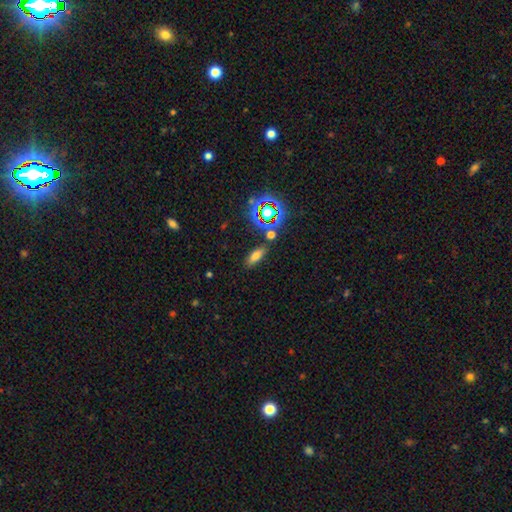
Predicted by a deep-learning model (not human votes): Smooth or featured? smooth (64%)
How rounded? in between (67%)
Merging? none (81%)